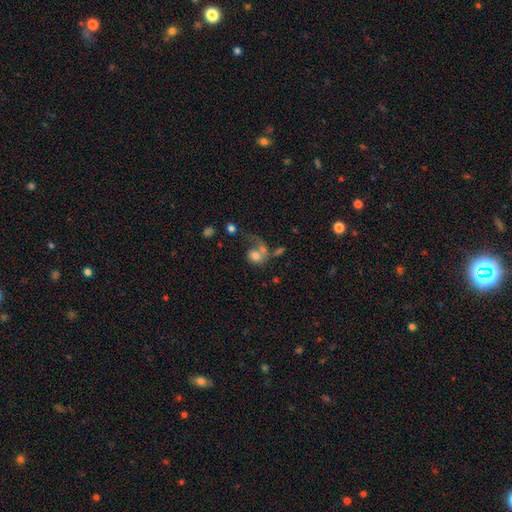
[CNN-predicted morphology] Overall: smooth (62%; featured or disk 28%). How rounded: round (58%; in between 41%). Merging: merger (34%; major disturbance 31%).